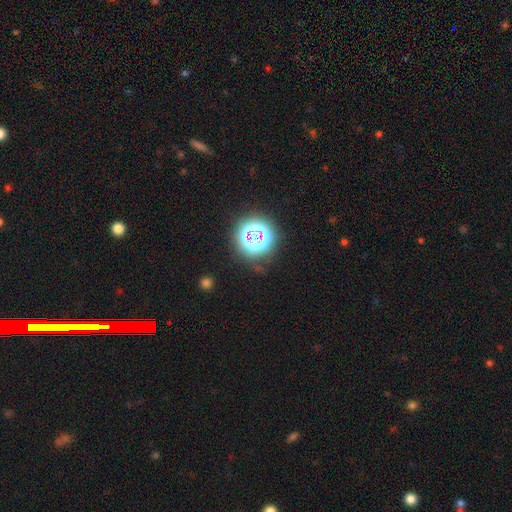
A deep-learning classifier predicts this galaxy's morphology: A star or artifact, not a galaxy (68%).